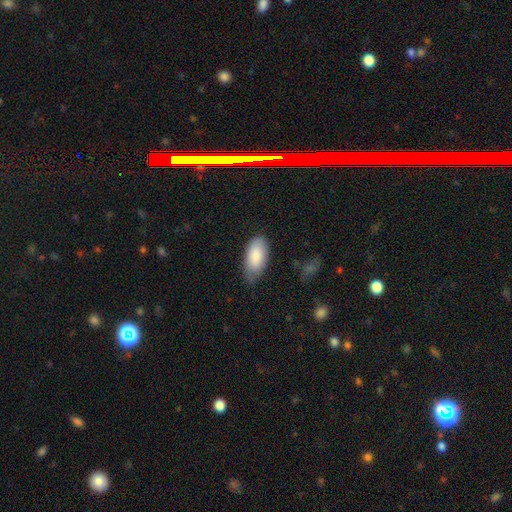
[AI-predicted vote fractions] Smooth or featured?
  - smooth: 85% *
  - featured or disk: 10%
  - star or artifact: 6%
How rounded?
  - in between: 94% *
  - cigar-shaped: 4%
  - round: 2%
Merging?
  - none: 64% *
  - minor disturbance: 29%
  - major disturbance: 5%
  - merger: 1%